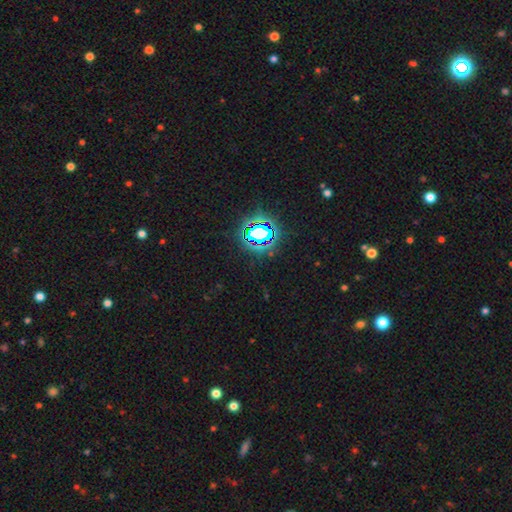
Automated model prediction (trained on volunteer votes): Smooth or featured? star or artifact (82%)